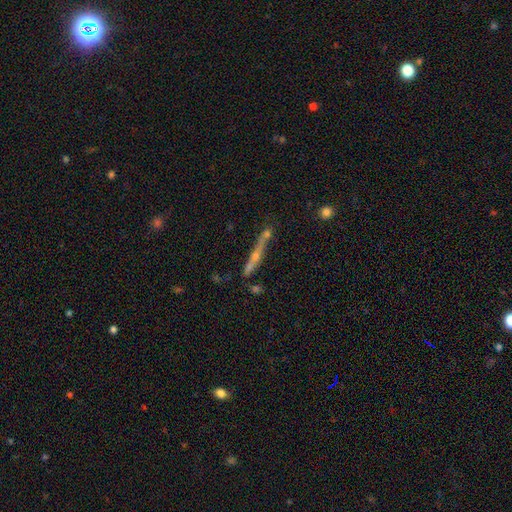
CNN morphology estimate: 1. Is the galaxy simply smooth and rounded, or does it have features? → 68% featured or disk, 22% smooth, 10% star or artifact.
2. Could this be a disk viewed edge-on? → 94% yes, 6% no.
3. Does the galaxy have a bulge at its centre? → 73% rounded, 21% none, 6% boxy.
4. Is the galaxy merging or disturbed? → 66% none, 16% minor disturbance, 13% merger, 5% major disturbance.